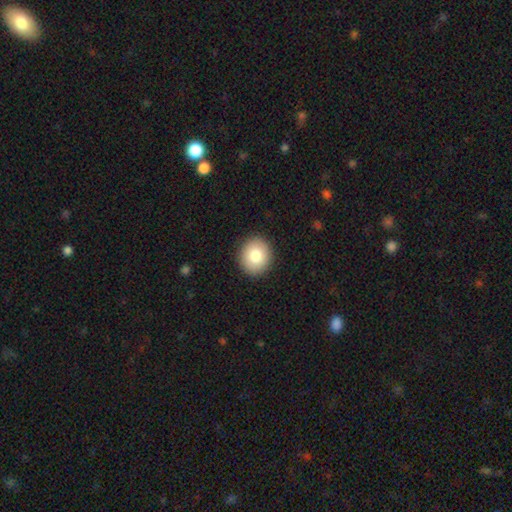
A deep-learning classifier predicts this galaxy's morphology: Overall: smooth (82%). How rounded: round (74%). Merging: none (91%).